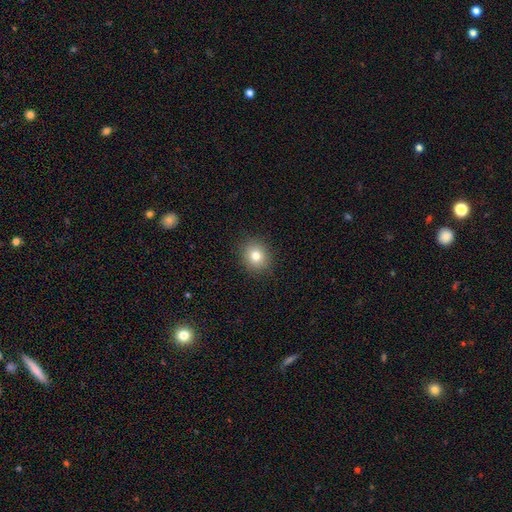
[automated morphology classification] Q: Smooth or featured?
A: smooth (79%); runner-up: star or artifact (12%)
Q: How rounded?
A: round (81%); runner-up: in between (18%)
Q: Merging?
A: none (90%); runner-up: minor disturbance (7%)